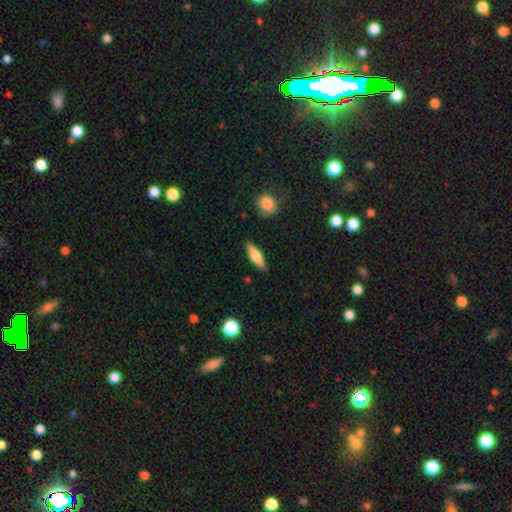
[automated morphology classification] smooth-or-featured: smooth: 64% | featured or disk: 29% | star or artifact: 7%
  how-rounded: cigar-shaped: 52% | in between: 45% | round: 3%
  merging: none: 86% | minor disturbance: 10% | major disturbance: 2% | merger: 2%